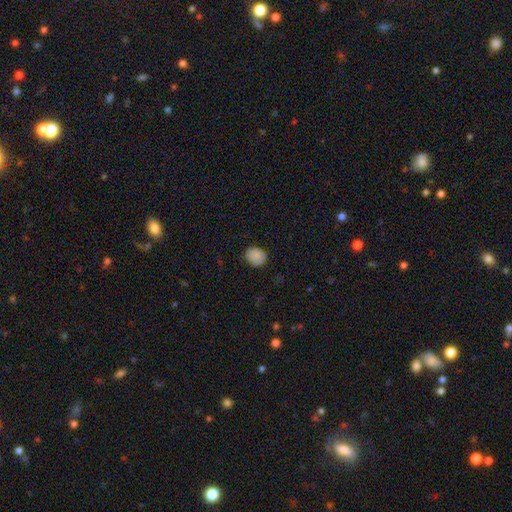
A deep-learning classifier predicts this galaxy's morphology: The model was most divided on "how rounded": round: 66%, in between: 33%, cigar-shaped: 1%. More confident: smooth or featured — smooth (87%); merging — none (82%).